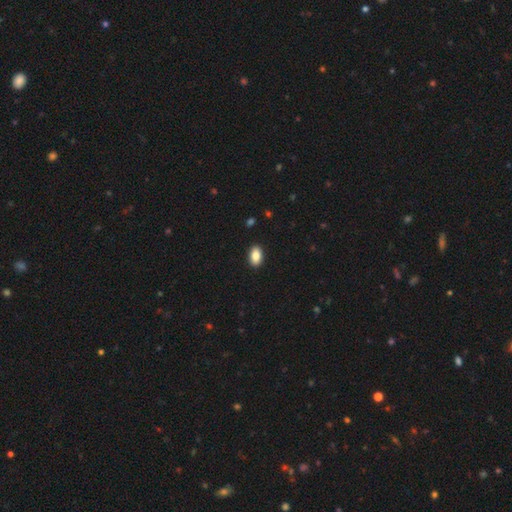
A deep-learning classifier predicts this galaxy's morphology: This is clearly a smooth galaxy (86%). How rounded: clearly in between (92%). Merging: clearly none (91%).